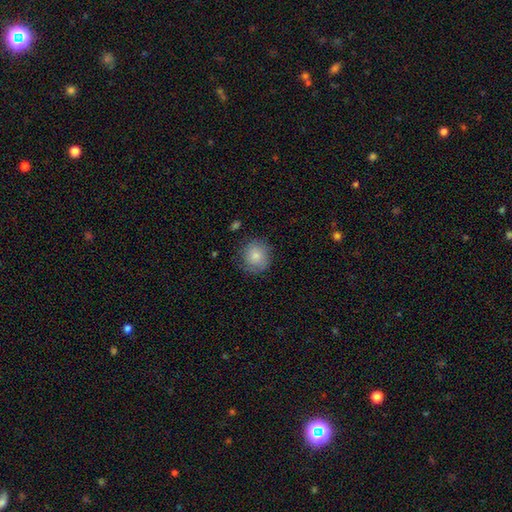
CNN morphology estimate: smooth-or-featured: smooth: 79% | featured or disk: 14% | star or artifact: 8%
  how-rounded: round: 89% | in between: 10% | cigar-shaped: 1%
  merging: none: 77% | minor disturbance: 17% | major disturbance: 5% | merger: 2%